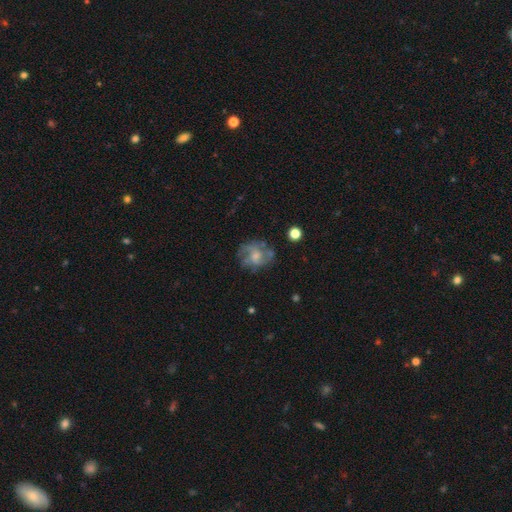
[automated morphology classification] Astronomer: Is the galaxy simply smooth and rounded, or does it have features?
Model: featured or disk — 60%.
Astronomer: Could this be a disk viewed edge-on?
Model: no — 98%.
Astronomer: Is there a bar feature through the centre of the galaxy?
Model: no — 70%.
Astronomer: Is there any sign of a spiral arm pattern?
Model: yes — 68%.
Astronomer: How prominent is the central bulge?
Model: moderate — 41% (runner-up: small, 39%).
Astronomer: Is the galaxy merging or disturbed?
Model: none — 58%.